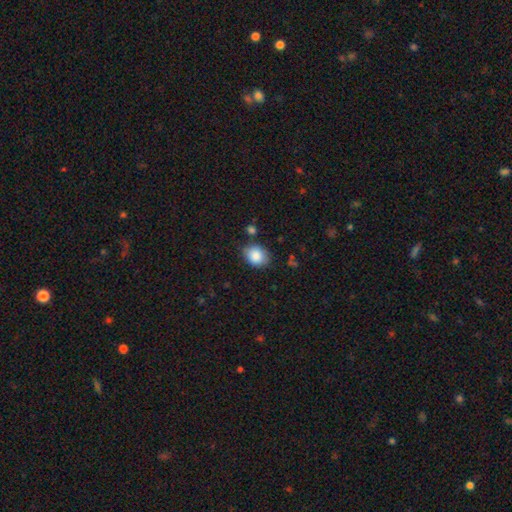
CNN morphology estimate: Smooth or featured: smooth — 86% (star or artifact — 8%)
How rounded: in between — 51% (round — 48%)
Merging: none — 75% (minor disturbance — 17%)